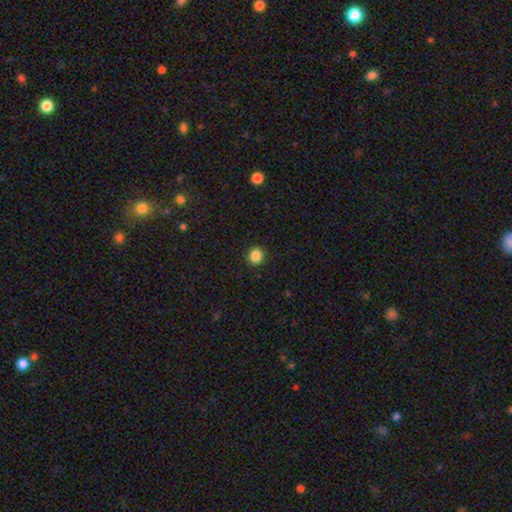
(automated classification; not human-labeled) Morphology: type=smooth (86%); roundness=round (85%); merging=none (90%).